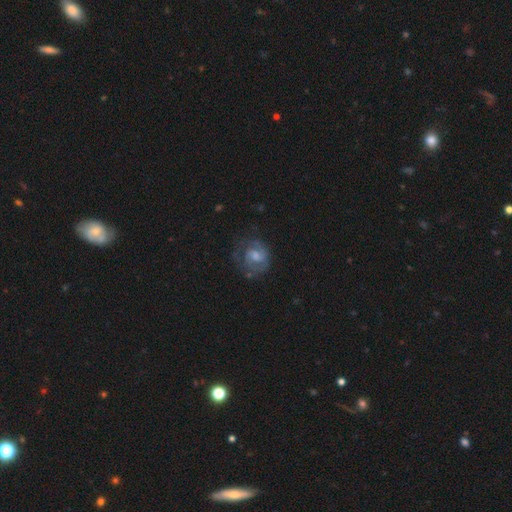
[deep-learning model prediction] The model was most divided on "bar" (2-way tie): weak: 46%, no: 46%, strong: 8%. Remaining: edge-on disk — no (98%); spiral arms — yes (88%); smooth or featured — featured or disk (70%); spiral arm count — 2 (64%); merging — none (63%); spiral winding — tight (44%); bulge size — moderate (40%).